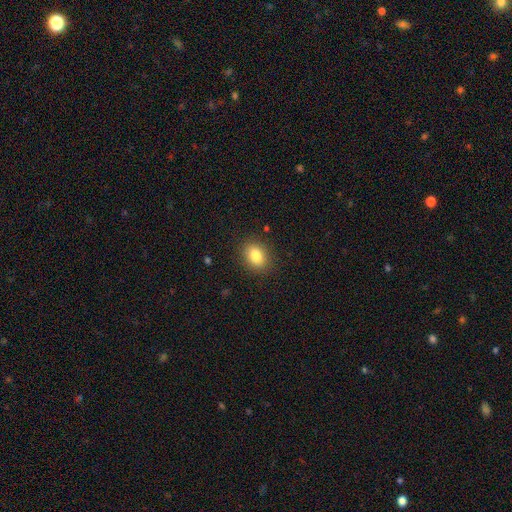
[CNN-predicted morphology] Smooth or featured?
  - smooth: 84% *
  - star or artifact: 9%
  - featured or disk: 7%
How rounded?
  - in between: 62% *
  - round: 36%
  - cigar-shaped: 1%
Merging?
  - none: 87% *
  - minor disturbance: 9%
  - major disturbance: 3%
  - merger: 1%